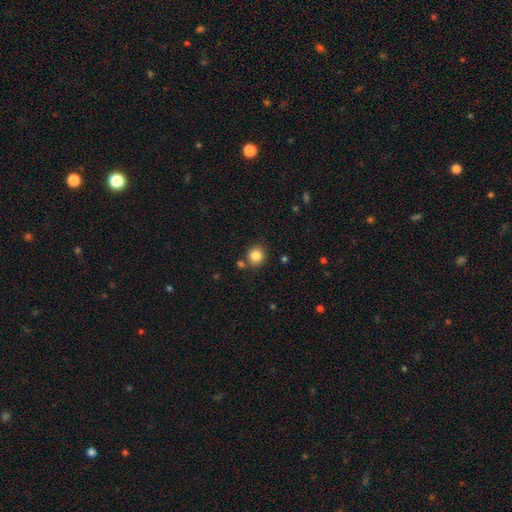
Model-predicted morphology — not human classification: This appears to be a smooth galaxy with no disk features (84%) that is round (88%). Merging: none (79%).